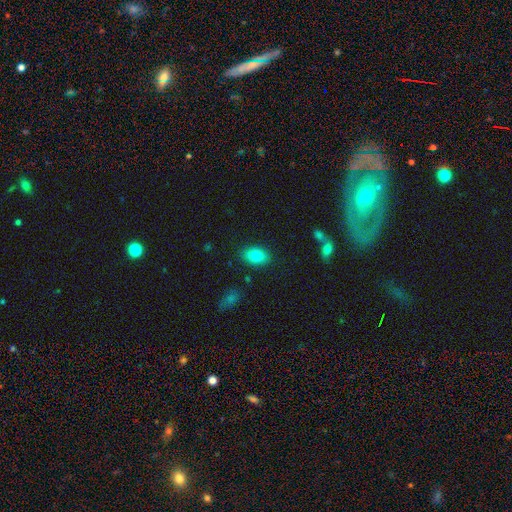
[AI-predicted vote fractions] Smooth or featured: smooth — 81% (featured or disk — 10%)
How rounded: in between — 84% (round — 15%)
Merging: none — 86% (minor disturbance — 9%)